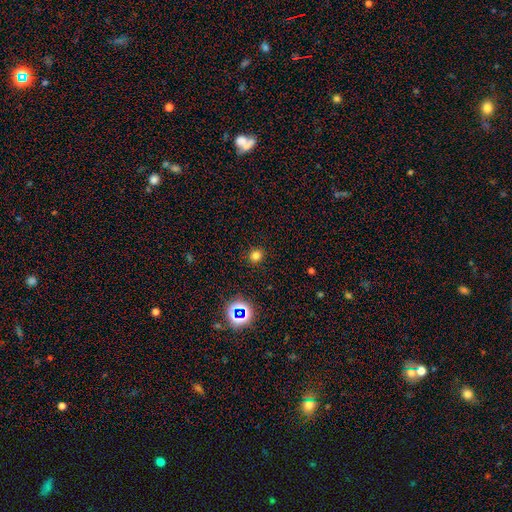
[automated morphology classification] Smooth or featured? Predicted: smooth (p=0.75). How rounded? Predicted: round (p=0.80). Merging? Predicted: none (p=0.89).